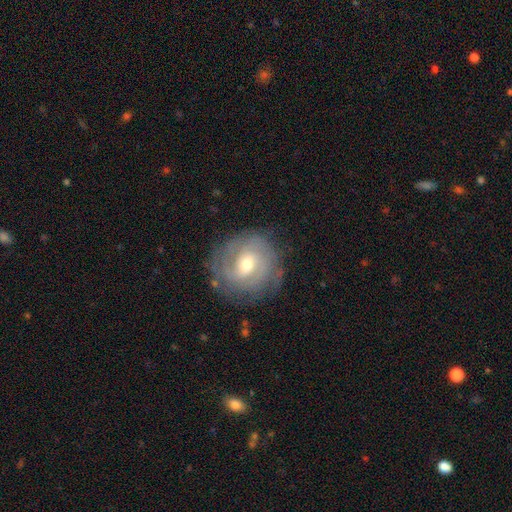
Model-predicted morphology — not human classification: featured or disk 80%, smooth 13%, star or artifact 6%. Down the decision tree: edge-on disk — no (97%); bar — weak (48%); spiral arms — yes (92%); spiral arm count — 2 (35%); spiral winding — tight (67%); bulge size — moderate (59%); merging — none (80%).